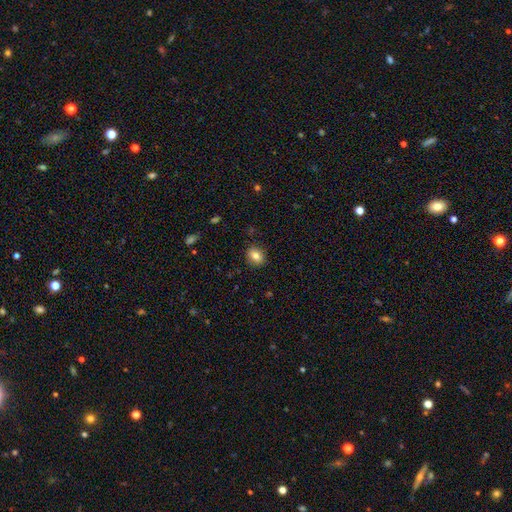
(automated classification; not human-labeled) Smooth or featured? Predicted: smooth (p=0.80). How rounded? Predicted: round (p=0.52). Merging? Predicted: none (p=0.87).